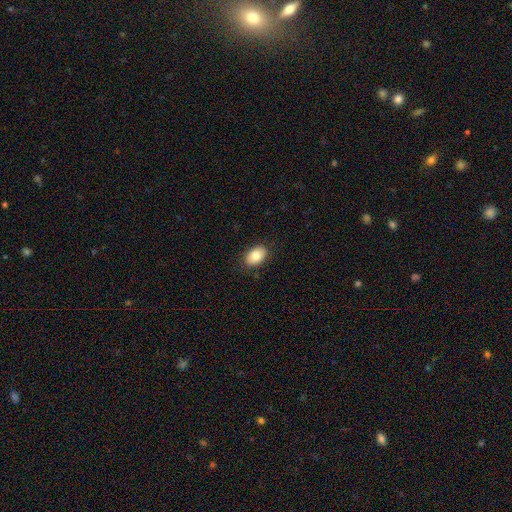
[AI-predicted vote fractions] This is clearly a smooth galaxy (82%). How rounded: clearly in between (85%). Merging: clearly none (87%).